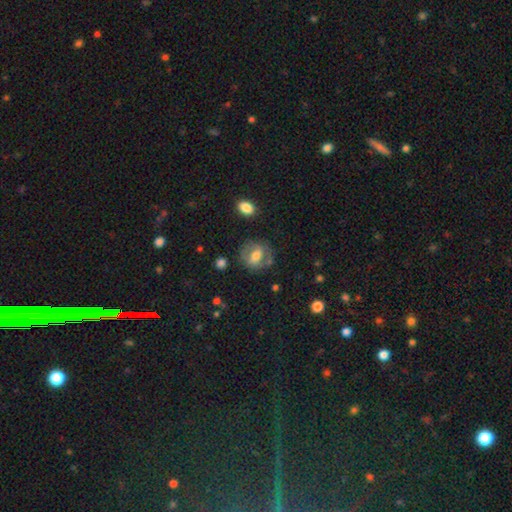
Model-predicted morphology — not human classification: Smooth or featured? Predicted: smooth (p=0.51). How rounded? Predicted: round (p=0.55). Merging? Predicted: none (p=0.69).